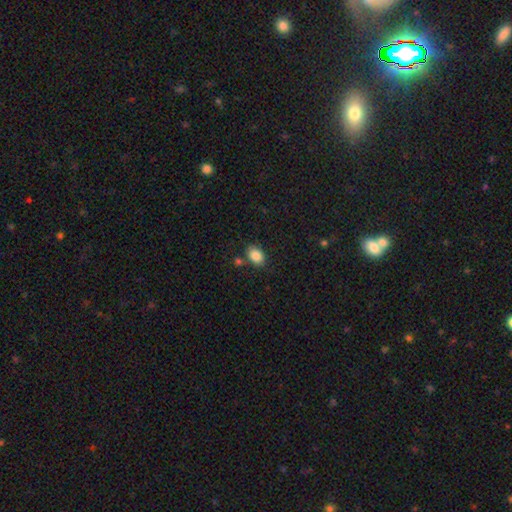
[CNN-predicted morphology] type=smooth (86%); roundness=in between (76%); merging=none (76%).